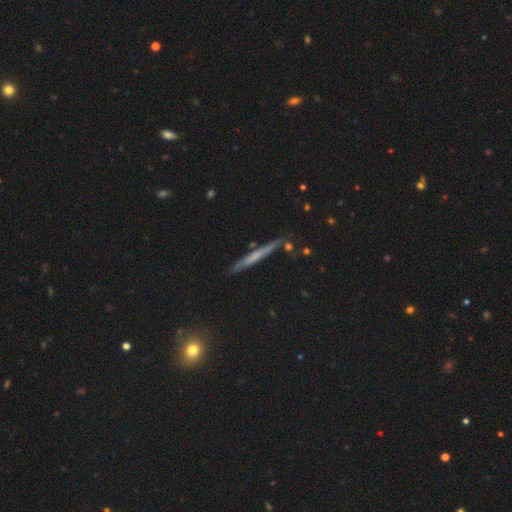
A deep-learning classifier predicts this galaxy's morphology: Smooth or featured: featured or disk — 50% (smooth — 43%)
Merging: none — 86% (minor disturbance — 10%)